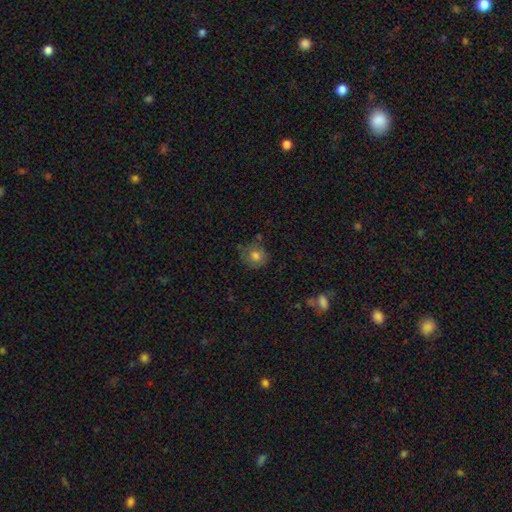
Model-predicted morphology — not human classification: Smooth or featured? smooth (76%)
How rounded? round (81%)
Merging? none (64%)